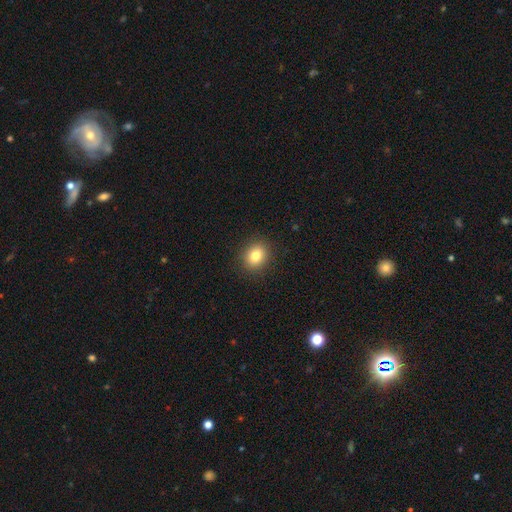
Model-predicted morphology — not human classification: Q: Smooth or featured?
A: smooth (82%); runner-up: star or artifact (10%)
Q: How rounded?
A: round (61%); runner-up: in between (38%)
Q: Merging?
A: none (90%); runner-up: minor disturbance (7%)